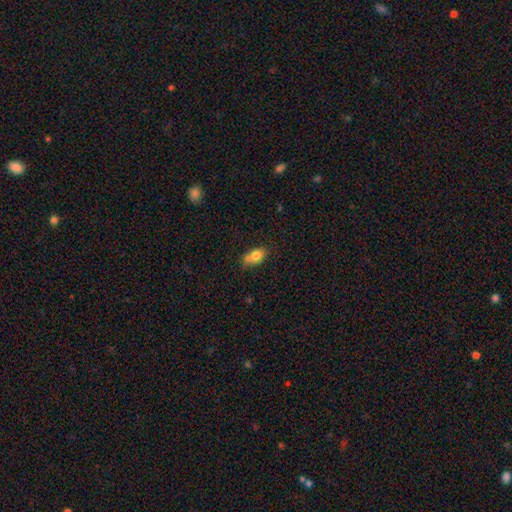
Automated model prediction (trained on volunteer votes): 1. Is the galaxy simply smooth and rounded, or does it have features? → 77% smooth, 14% featured or disk, 9% star or artifact.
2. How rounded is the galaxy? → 80% in between, 16% round, 4% cigar-shaped.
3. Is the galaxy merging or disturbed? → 51% none, 24% minor disturbance, 19% merger, 6% major disturbance.